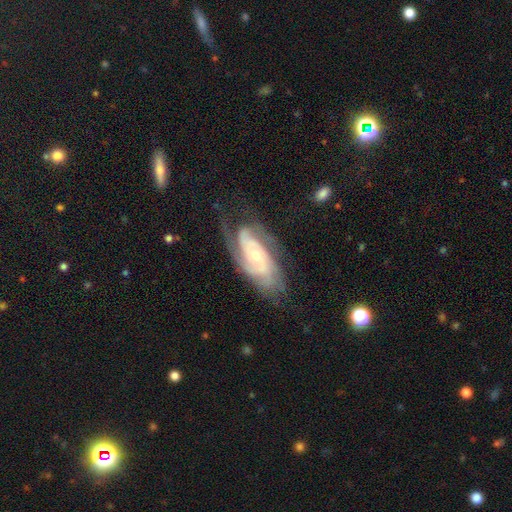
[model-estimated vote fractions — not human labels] Morphology: type=featured or disk (87%); edge-on=no (93%); bar=no (64%); spiral arms=yes (96%); winding=tight (60%); arm count=2 (34%); bulge=small (49%); merging=none (67%).